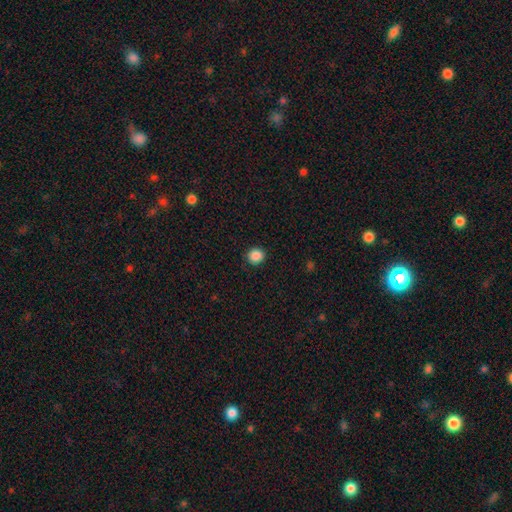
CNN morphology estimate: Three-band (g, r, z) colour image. It shows a smooth galaxy with no disk features (87%) that is round (90%). Merging: none (90%).